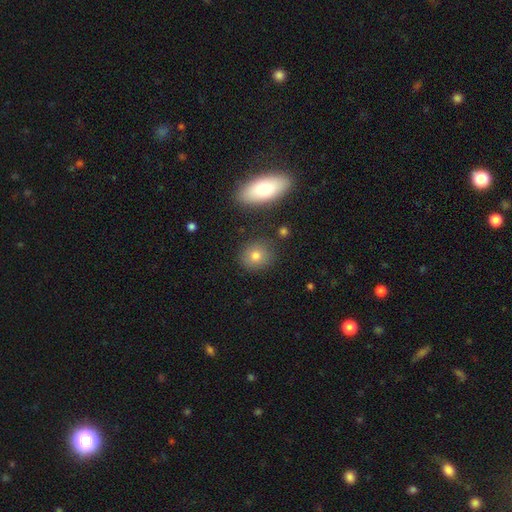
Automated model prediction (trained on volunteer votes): The model was most divided on "how rounded": round: 76%, in between: 22%, cigar-shaped: 1%. More confident: merging — none (84%); smooth or featured — smooth (78%).